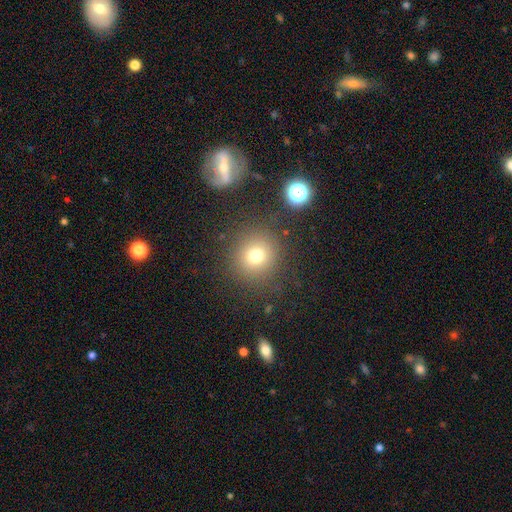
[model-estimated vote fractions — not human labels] Q: Smooth or featured?
A: smooth (74%); runner-up: star or artifact (17%)
Q: How rounded?
A: round (91%); runner-up: in between (8%)
Q: Merging?
A: none (85%); runner-up: minor disturbance (8%)